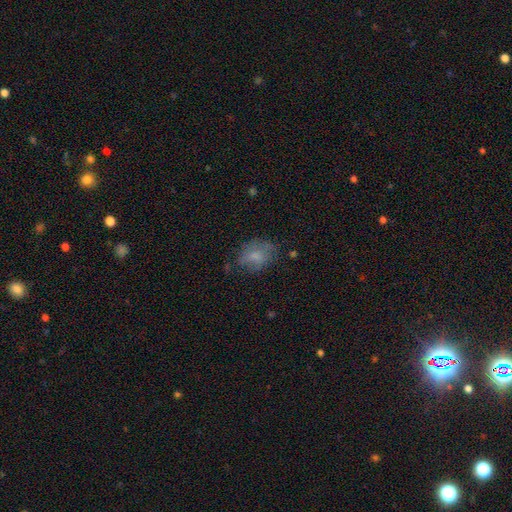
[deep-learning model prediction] Smooth or featured: smooth — 62% (featured or disk — 27%)
How rounded: in between — 72% (round — 26%)
Merging: none — 55% (minor disturbance — 27%)